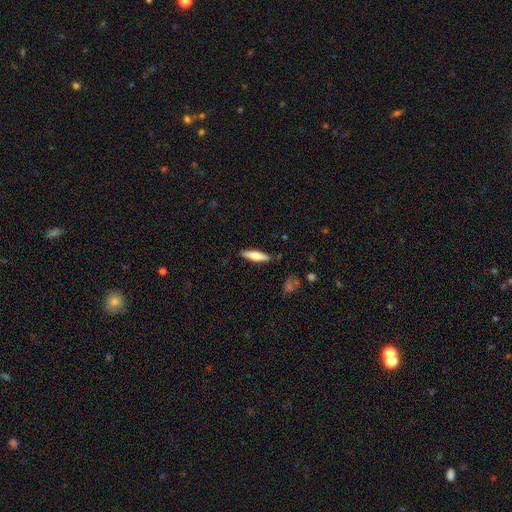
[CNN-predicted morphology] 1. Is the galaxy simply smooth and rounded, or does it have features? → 62% smooth, 32% featured or disk, 6% star or artifact.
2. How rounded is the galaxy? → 71% cigar-shaped, 27% in between, 2% round.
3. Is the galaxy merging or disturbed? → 87% none, 9% minor disturbance, 2% major disturbance, 1% merger.